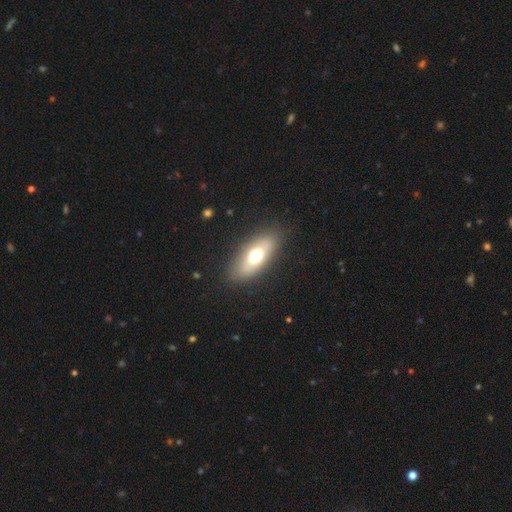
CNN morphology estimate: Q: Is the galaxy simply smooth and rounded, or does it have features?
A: smooth — 62%.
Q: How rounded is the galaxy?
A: in between — 76%.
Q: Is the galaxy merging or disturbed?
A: none — 85%.